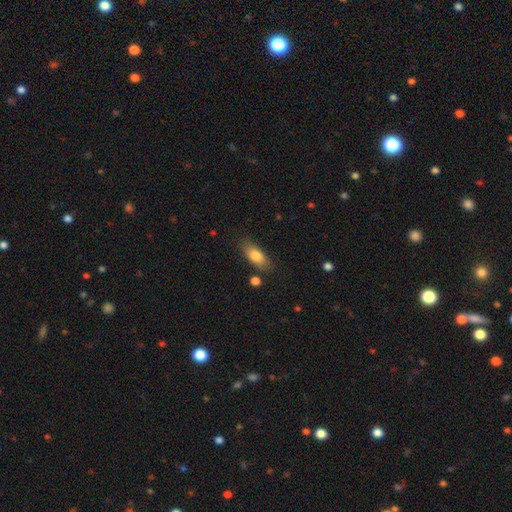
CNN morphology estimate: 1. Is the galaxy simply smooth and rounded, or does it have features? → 81% smooth, 12% featured or disk, 7% star or artifact.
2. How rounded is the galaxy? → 79% in between, 18% cigar-shaped, 3% round.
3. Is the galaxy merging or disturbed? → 78% none, 15% minor disturbance, 4% major disturbance, 3% merger.